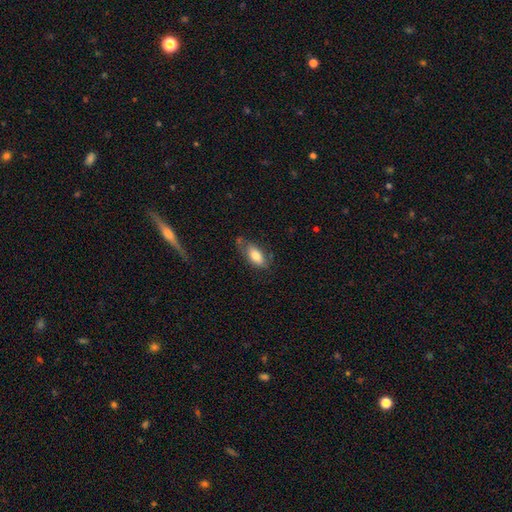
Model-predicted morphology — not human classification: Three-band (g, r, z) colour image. It shows a smooth galaxy with no disk features (78%) that is in between round and cigar-shaped (87%). Merging: none (58%).